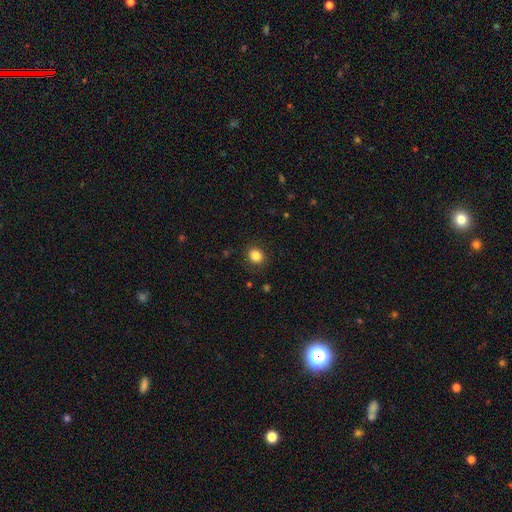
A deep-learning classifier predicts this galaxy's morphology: Smooth or featured? Predicted: smooth (p=0.85). How rounded? Predicted: round (p=0.75). Merging? Predicted: none (p=0.88).